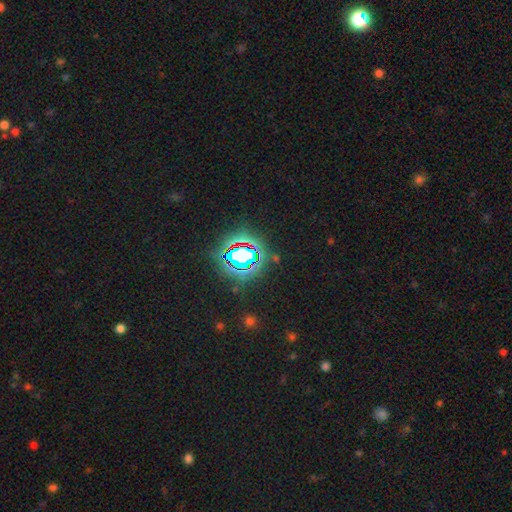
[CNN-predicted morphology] Smooth or featured?
  - star or artifact: 83% *
  - smooth: 10%
  - featured or disk: 6%